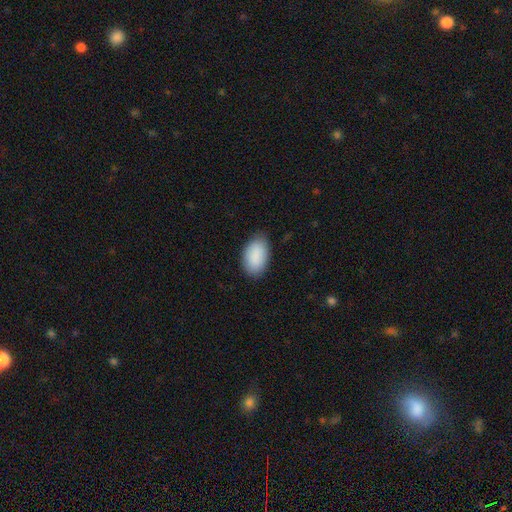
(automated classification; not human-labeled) A smooth galaxy with no disk features (90%) that is in between round and cigar-shaped (93%).

Vote fractions:
- Smooth or featured? smooth: 90% / star or artifact: 6% / featured or disk: 4%
- How rounded? in between: 93% / round: 5% / cigar-shaped: 1%
- Merging? none: 82% / minor disturbance: 14% / major disturbance: 3% / merger: 1%